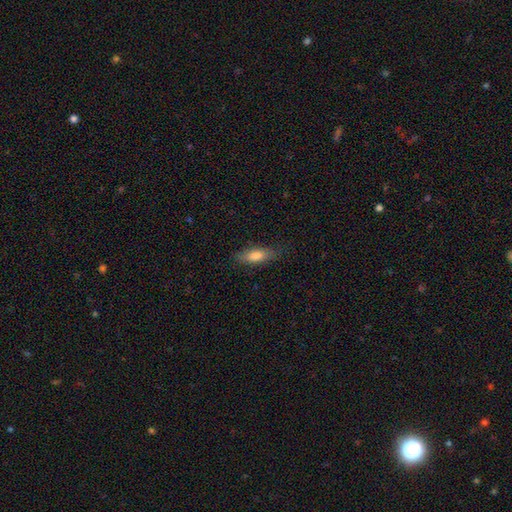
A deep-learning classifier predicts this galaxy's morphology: The model was most divided on "how rounded": in between: 57%, cigar-shaped: 41%, round: 2%. More confident: merging — none (81%); smooth or featured — smooth (77%).